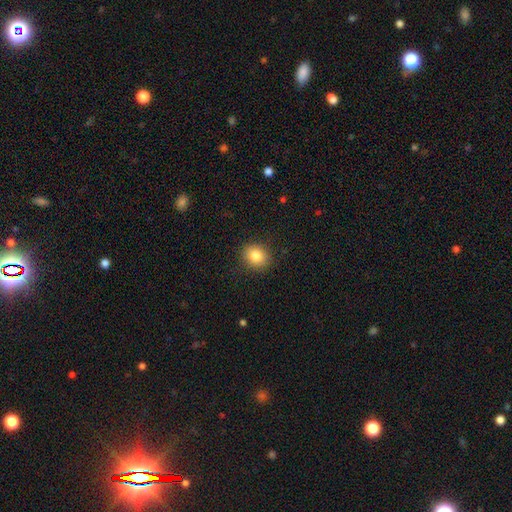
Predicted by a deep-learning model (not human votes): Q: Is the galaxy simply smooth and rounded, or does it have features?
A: smooth — 83%.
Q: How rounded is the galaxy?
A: round — 64%.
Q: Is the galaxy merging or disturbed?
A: none — 89%.